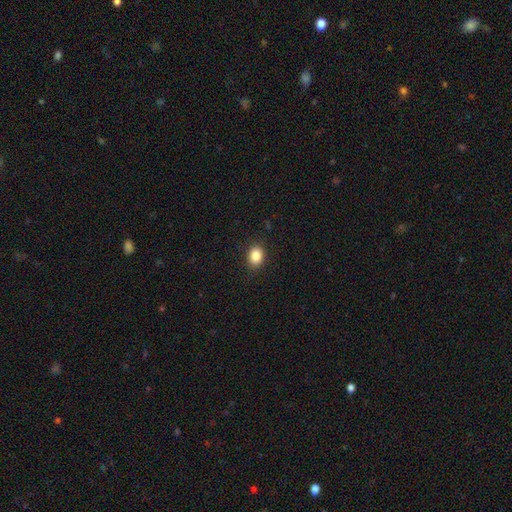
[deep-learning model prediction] smooth_or_featured: smooth (p=0.86) [alt: star or artifact p=0.09]
how_rounded: in between (p=0.59) [alt: round p=0.40]
merging: none (p=0.88) [alt: minor disturbance p=0.09]